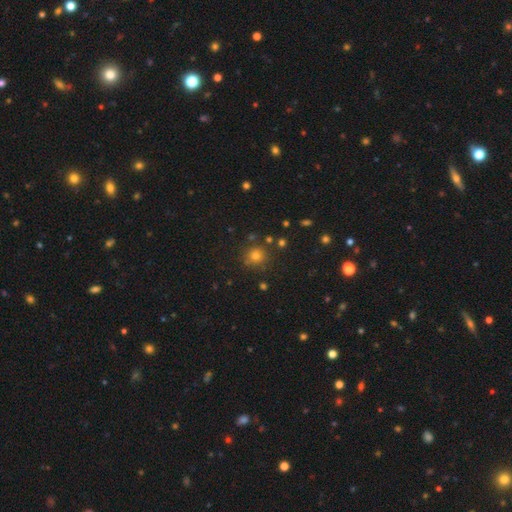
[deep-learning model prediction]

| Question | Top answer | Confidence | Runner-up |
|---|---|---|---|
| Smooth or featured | smooth | 73% | star or artifact (21%) |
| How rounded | round | 92% | in between (7%) |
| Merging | none | 84% | minor disturbance (9%) |